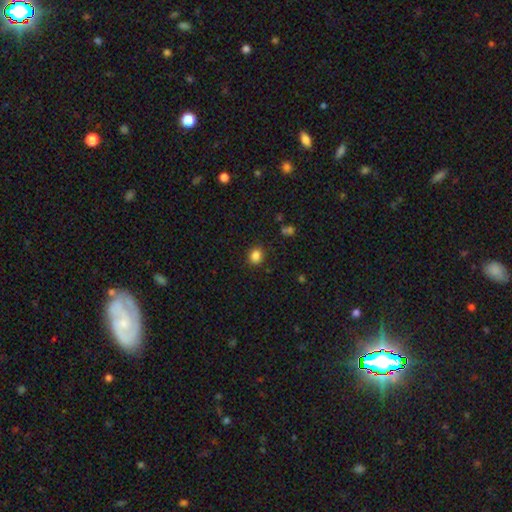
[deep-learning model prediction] Smooth or featured? smooth (85%)
How rounded? round (71%)
Merging? none (88%)